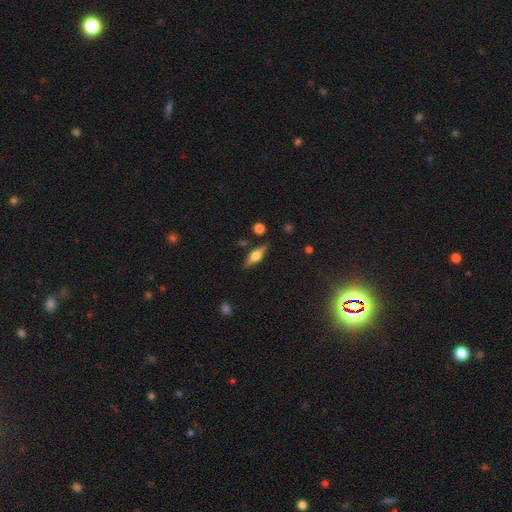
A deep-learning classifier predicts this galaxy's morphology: Smooth or featured? Predicted: featured or disk (p=0.68). Edge-on disk? Predicted: yes (p=0.96). Edge-on bulge? Predicted: rounded (p=0.91). Merging? Predicted: none (p=0.86).